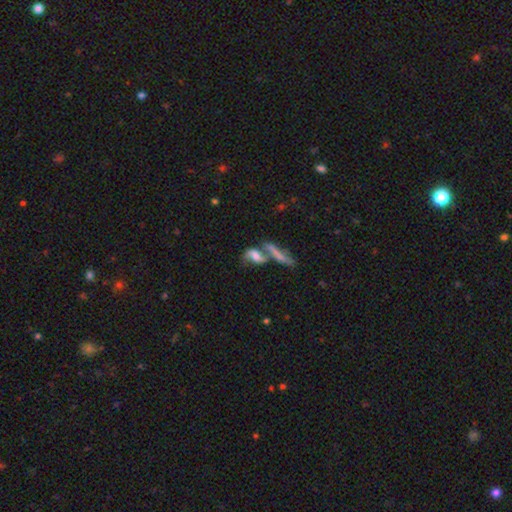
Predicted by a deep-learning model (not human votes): The model was most divided on "smooth or featured": featured or disk: 57%, smooth: 33%, star or artifact: 10%. More confident: edge-on disk — no (85%); merging — merger (53%).